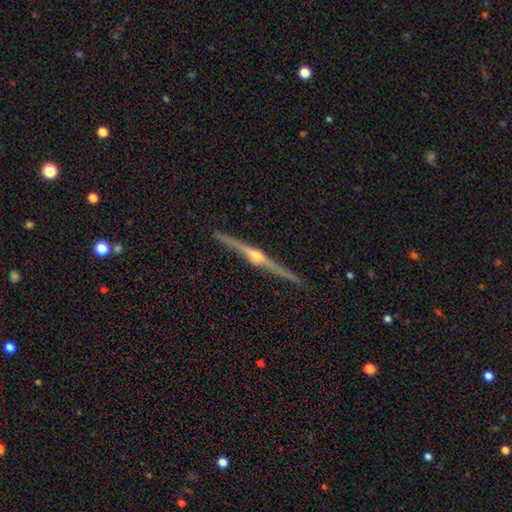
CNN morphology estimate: smooth-or-featured: featured or disk: 88% | smooth: 7% | star or artifact: 5%
  disk-edge-on: yes: 99% | no: 1%
    edge-on-bulge: rounded: 95% | boxy: 3% | none: 3%
  merging: none: 92% | minor disturbance: 5% | major disturbance: 1% | merger: 1%